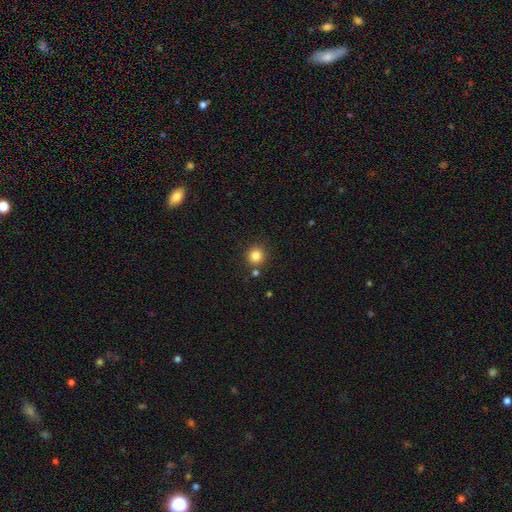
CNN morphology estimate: A smooth galaxy with no disk features (84%) that is round (93%).

Vote fractions:
- Smooth or featured? smooth: 84% / star or artifact: 11% / featured or disk: 5%
- How rounded? round: 93% / in between: 6% / cigar-shaped: 1%
- Merging? none: 84% / minor disturbance: 7% / merger: 6% / major disturbance: 2%